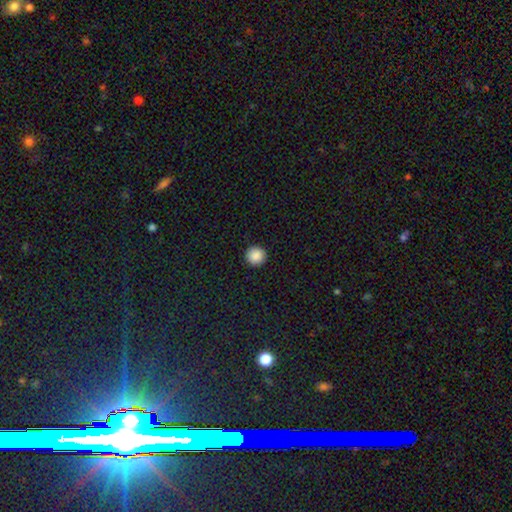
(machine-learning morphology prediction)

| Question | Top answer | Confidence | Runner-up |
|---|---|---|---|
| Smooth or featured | smooth | 89% | star or artifact (9%) |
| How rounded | round | 96% | in between (3%) |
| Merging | none | 93% | minor disturbance (5%) |